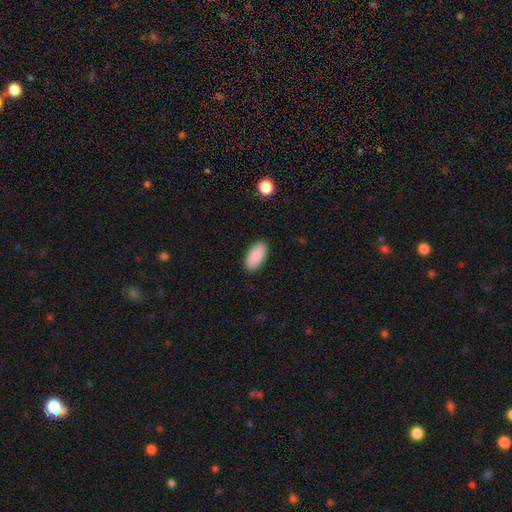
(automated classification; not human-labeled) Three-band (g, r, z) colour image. It shows a smooth galaxy with no disk features (90%) that is in between round and cigar-shaped (93%). Merging: none (89%).